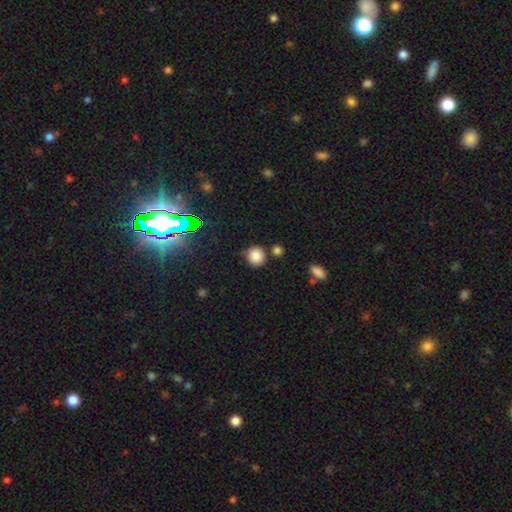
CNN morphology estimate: smooth-or-featured: smooth: 83% | star or artifact: 12% | featured or disk: 5%
  how-rounded: round: 91% | in between: 8% | cigar-shaped: 1%
  merging: none: 78% | minor disturbance: 10% | merger: 9% | major disturbance: 3%